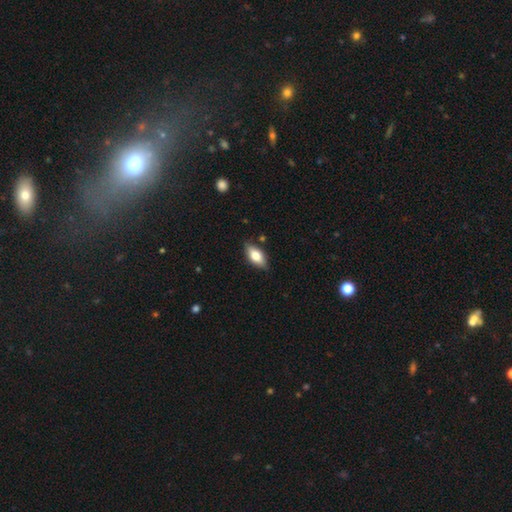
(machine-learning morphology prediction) Smooth or featured? Predicted: smooth (p=0.70). How rounded? Predicted: in between (p=0.85). Merging? Predicted: none (p=0.83).